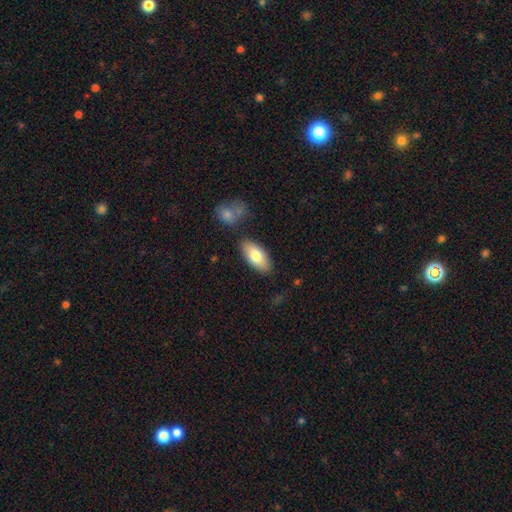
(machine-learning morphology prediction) A smooth galaxy with no disk features (78%) that is in between round and cigar-shaped (90%).

Vote fractions:
- Smooth or featured? smooth: 78% / featured or disk: 16% / star or artifact: 6%
- How rounded? in between: 90% / cigar-shaped: 7% / round: 3%
- Merging? none: 83% / minor disturbance: 11% / merger: 3% / major disturbance: 3%